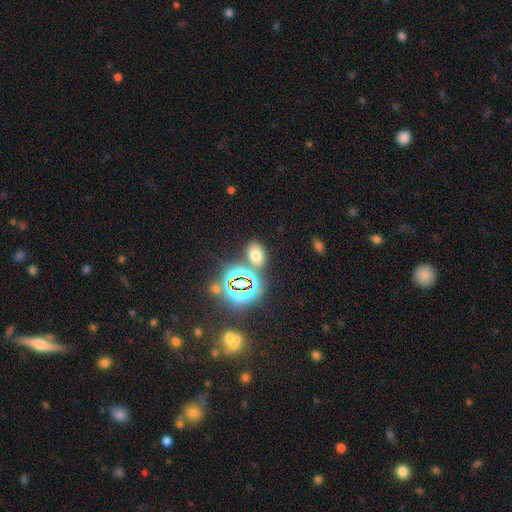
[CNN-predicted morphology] Smooth or featured? smooth (60%)
How rounded? in between (78%)
Merging? none (75%)